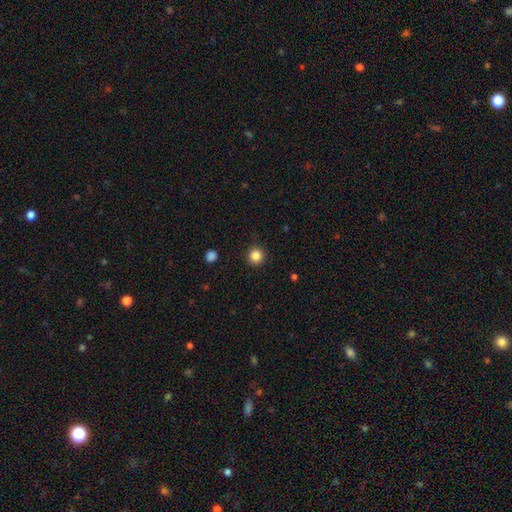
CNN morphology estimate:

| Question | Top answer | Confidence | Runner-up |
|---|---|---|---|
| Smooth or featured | smooth | 85% | star or artifact (11%) |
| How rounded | round | 95% | in between (4%) |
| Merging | none | 92% | minor disturbance (5%) |